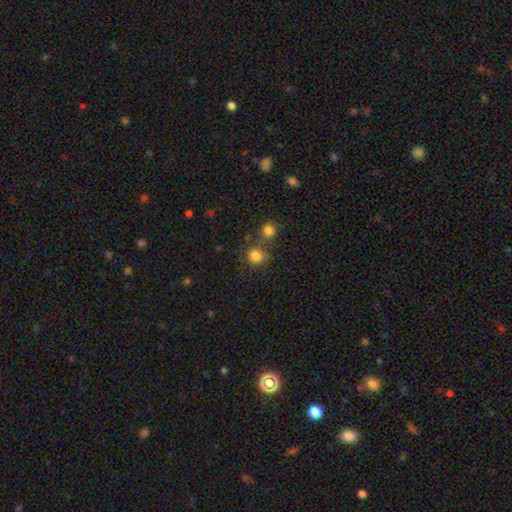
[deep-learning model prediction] Smooth or featured: smooth — 82% (star or artifact — 12%)
How rounded: round — 89% (in between — 10%)
Merging: none — 64% (merger — 22%)